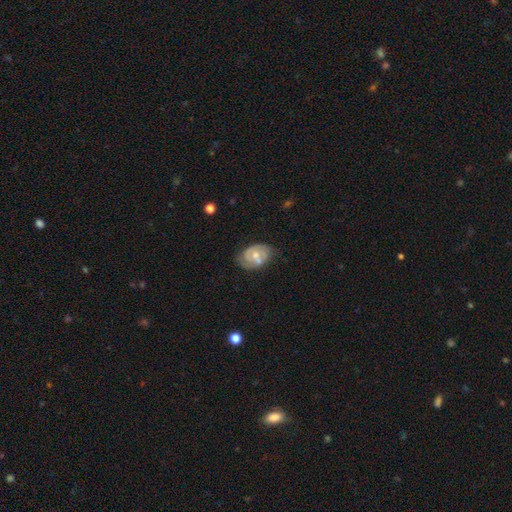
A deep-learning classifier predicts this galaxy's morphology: Smooth or featured? featured or disk (64%)
Edge-on disk? no (96%)
Bar? no (47%)
Spiral arms? yes (78%)
Bulge size? moderate (51%)
Merging? none (57%)